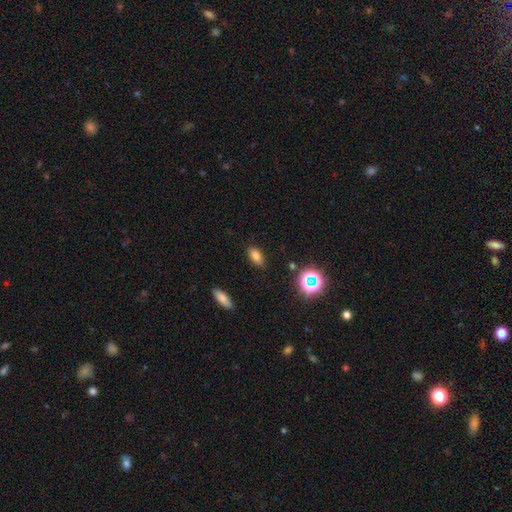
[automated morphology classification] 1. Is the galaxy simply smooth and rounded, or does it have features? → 77% smooth, 15% star or artifact, 8% featured or disk.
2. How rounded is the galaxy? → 86% in between, 7% round, 7% cigar-shaped.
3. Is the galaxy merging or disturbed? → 85% none, 10% minor disturbance, 3% major disturbance, 2% merger.